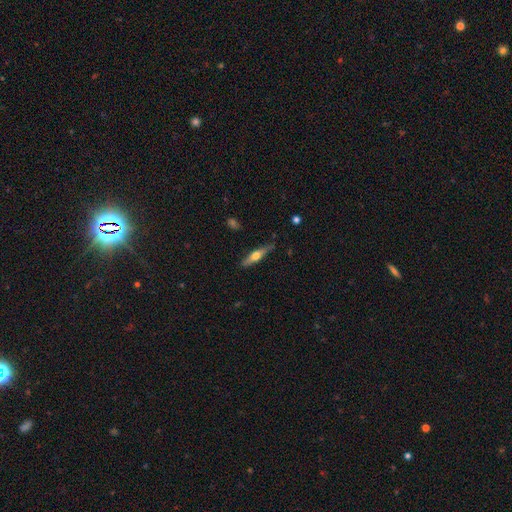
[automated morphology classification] Smooth or featured: featured or disk — 58% (smooth — 36%)
Edge-on disk: yes — 94% (no — 6%)
Edge-on bulge: rounded — 93% (none — 4%)
Merging: none — 83% (minor disturbance — 13%)